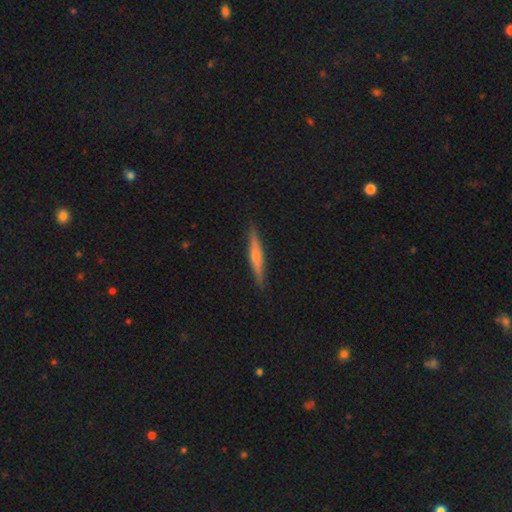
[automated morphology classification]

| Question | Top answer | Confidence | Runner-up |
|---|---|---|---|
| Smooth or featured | featured or disk | 67% | smooth (27%) |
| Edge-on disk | yes | 97% | no (3%) |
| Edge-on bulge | rounded | 81% | none (14%) |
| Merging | none | 91% | minor disturbance (6%) |